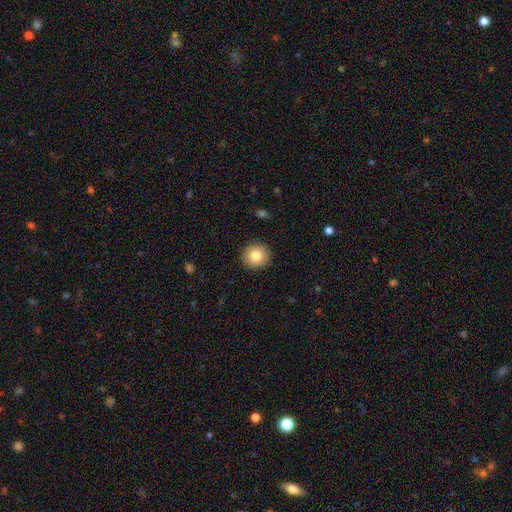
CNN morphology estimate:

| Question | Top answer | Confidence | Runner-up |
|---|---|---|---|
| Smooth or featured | smooth | 84% | star or artifact (9%) |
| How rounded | round | 90% | in between (9%) |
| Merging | none | 91% | minor disturbance (6%) |